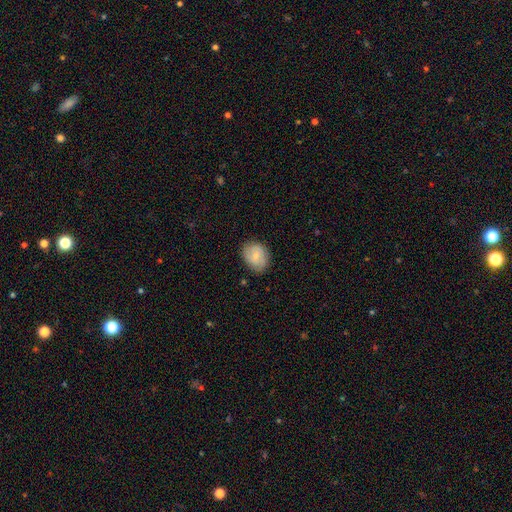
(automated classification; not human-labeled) Q: Smooth or featured?
A: smooth (70%); runner-up: featured or disk (23%)
Q: How rounded?
A: in between (55%); runner-up: round (44%)
Q: Merging?
A: none (78%); runner-up: minor disturbance (17%)